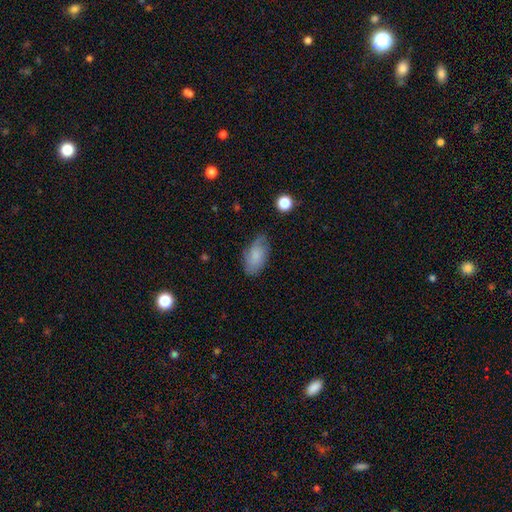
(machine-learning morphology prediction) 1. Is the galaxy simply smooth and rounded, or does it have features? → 75% smooth, 17% featured or disk, 8% star or artifact.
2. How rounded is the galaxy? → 93% in between, 4% round, 3% cigar-shaped.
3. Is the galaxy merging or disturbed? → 67% none, 25% minor disturbance, 6% major disturbance, 2% merger.